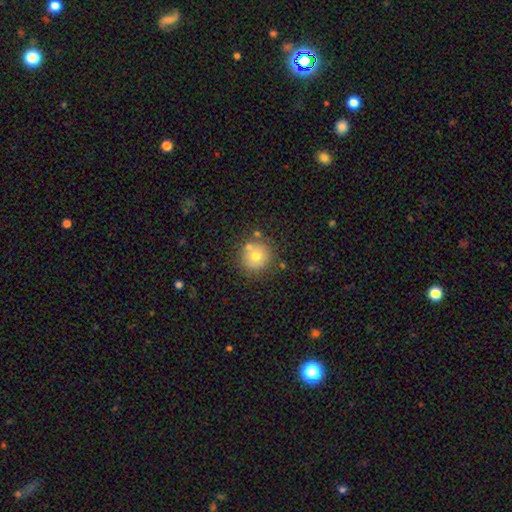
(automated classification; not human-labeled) smooth 71%, featured or disk 16%, star or artifact 12%. Down the decision tree: how rounded — round (92%); merging — none (73%).